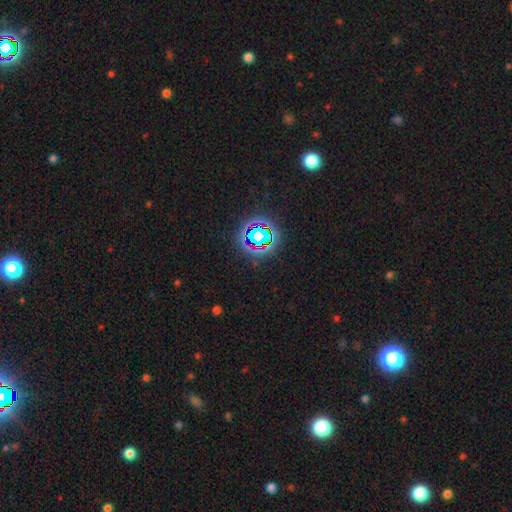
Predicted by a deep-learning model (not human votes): Smooth or featured?
  - star or artifact: 76% *
  - smooth: 16%
  - featured or disk: 8%